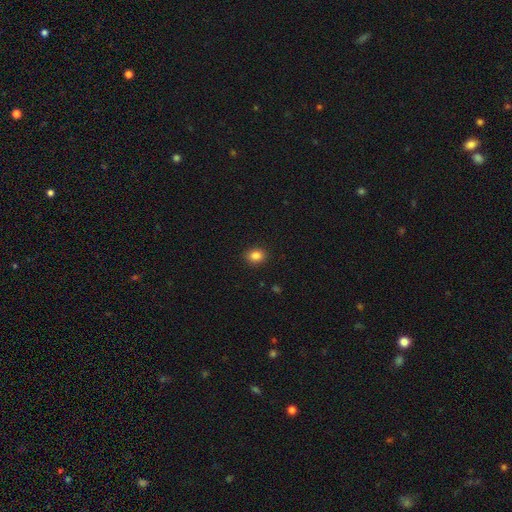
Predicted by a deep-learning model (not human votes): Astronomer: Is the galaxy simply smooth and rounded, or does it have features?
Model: smooth — 85%.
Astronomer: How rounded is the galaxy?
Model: round — 53% (runner-up: in between, 46%).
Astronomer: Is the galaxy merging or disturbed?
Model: none — 90%.